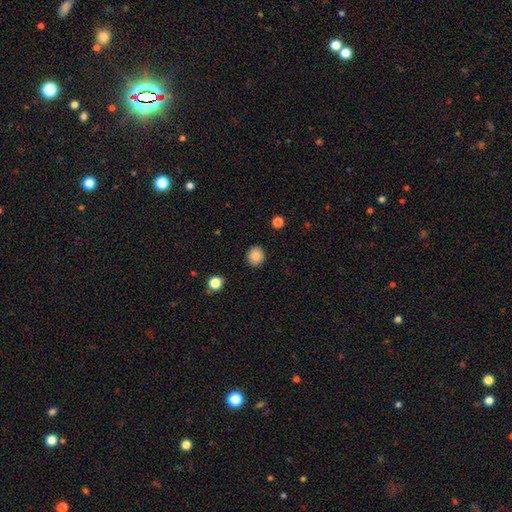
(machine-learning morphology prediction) Q: Smooth or featured?
A: smooth (87%); runner-up: star or artifact (10%)
Q: How rounded?
A: round (88%); runner-up: in between (11%)
Q: Merging?
A: none (91%); runner-up: minor disturbance (6%)